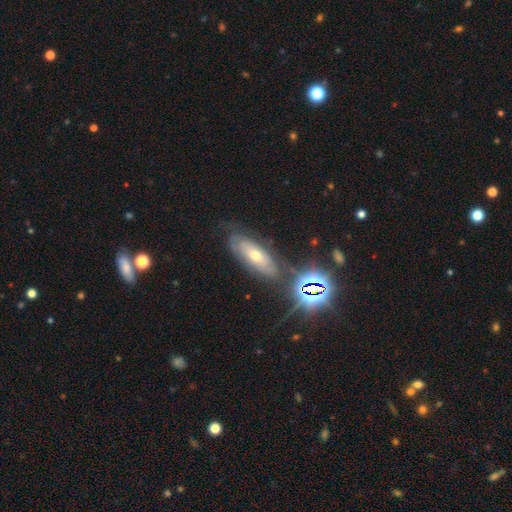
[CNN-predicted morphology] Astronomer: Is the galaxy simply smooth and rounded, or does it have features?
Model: featured or disk — 52%.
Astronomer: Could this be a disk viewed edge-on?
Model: no — 74%.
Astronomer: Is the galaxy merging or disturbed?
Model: none — 69%.